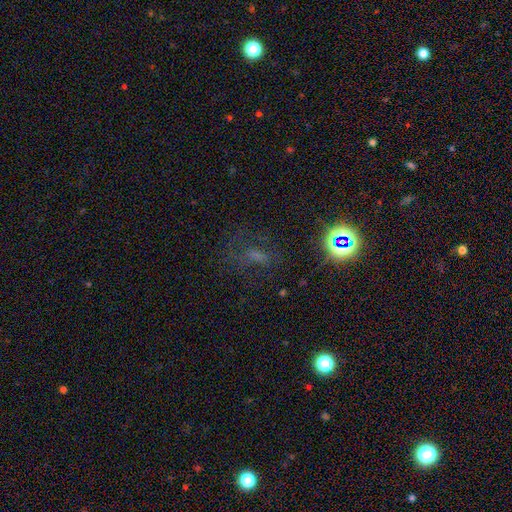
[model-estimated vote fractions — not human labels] Smooth or featured?
  - star or artifact: 42% *
  - smooth: 33%
  - featured or disk: 25%